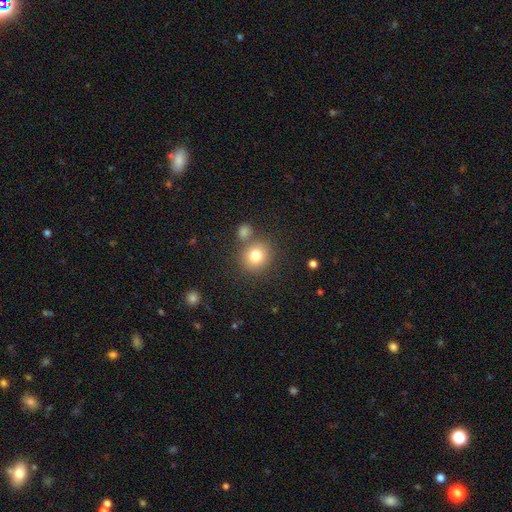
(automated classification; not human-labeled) This is likely a smooth galaxy (79%). How rounded: clearly round (85%). Merging: likely none (72%).